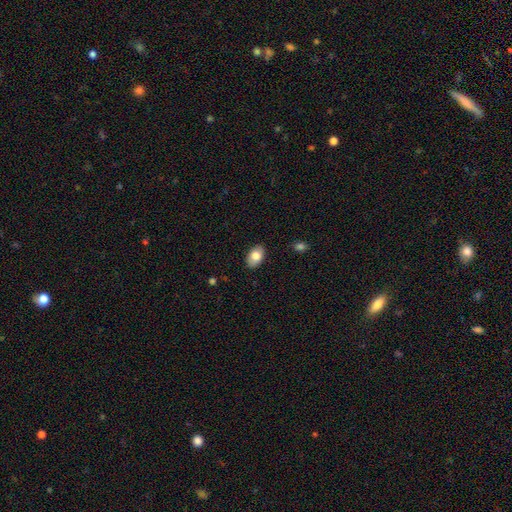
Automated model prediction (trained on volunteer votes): Smooth or featured? smooth (81%)
How rounded? in between (91%)
Merging? none (87%)